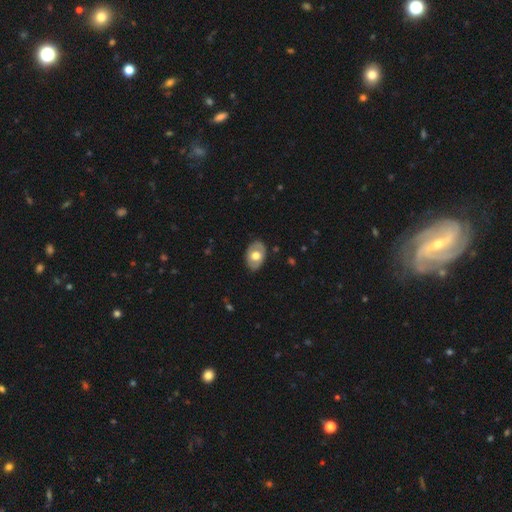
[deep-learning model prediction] smooth 55%, featured or disk 39%, star or artifact 6%. Down the decision tree: how rounded — in between (81%); merging — none (82%).